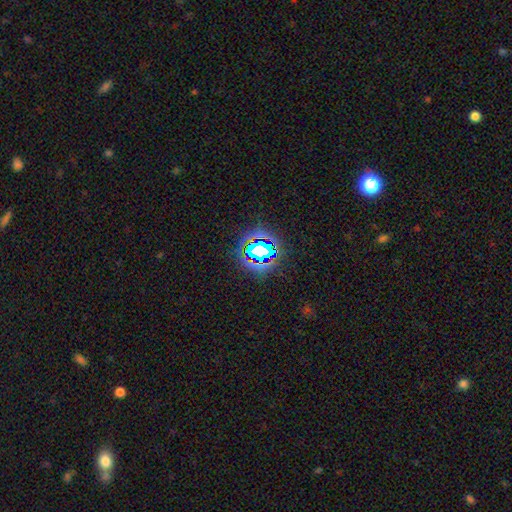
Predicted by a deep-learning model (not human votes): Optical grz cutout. It shows a star or artifact, not a galaxy (70%).